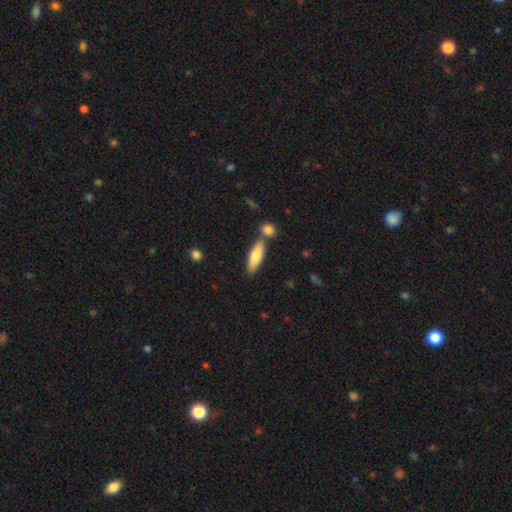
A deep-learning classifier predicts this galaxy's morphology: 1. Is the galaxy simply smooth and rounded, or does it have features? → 78% smooth, 16% featured or disk, 6% star or artifact.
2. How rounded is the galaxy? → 51% cigar-shaped, 47% in between, 2% round.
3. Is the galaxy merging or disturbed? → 70% none, 16% merger, 12% minor disturbance, 3% major disturbance.